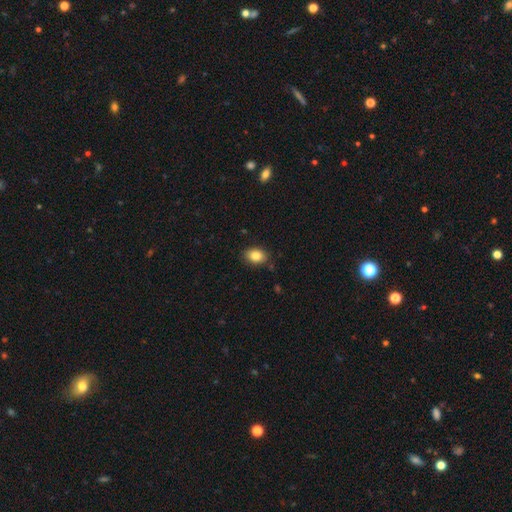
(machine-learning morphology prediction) A smooth galaxy with no disk features (85%) that is in between round and cigar-shaped (71%). Merging: none (84%).